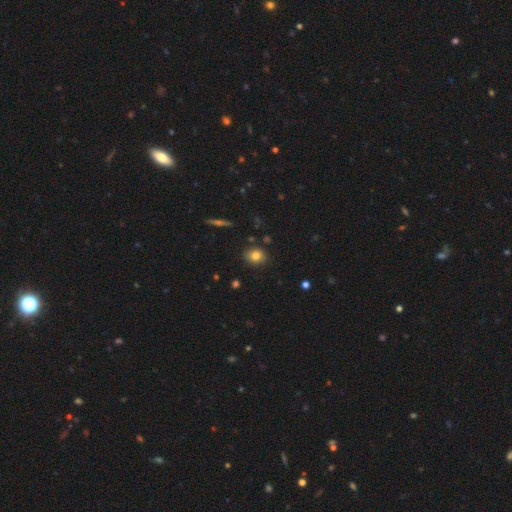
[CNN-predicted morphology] Smooth or featured: smooth — 79% (star or artifact — 11%)
How rounded: round — 61% (in between — 38%)
Merging: none — 85% (minor disturbance — 11%)